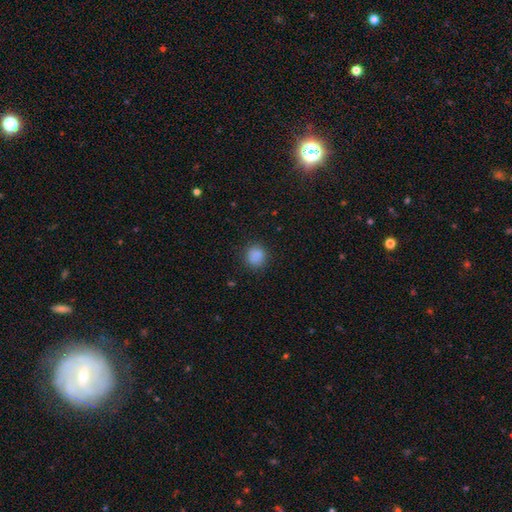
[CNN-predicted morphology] Smooth or featured? Predicted: smooth (p=0.85). How rounded? Predicted: round (p=0.85). Merging? Predicted: none (p=0.85).